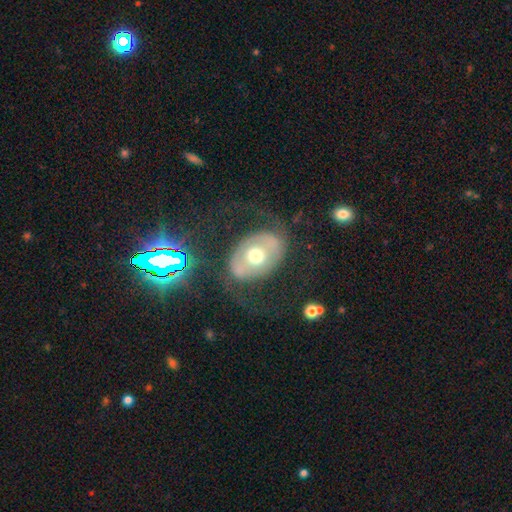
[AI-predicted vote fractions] smooth_or_featured: featured or disk (p=0.59) [alt: smooth p=0.32]
disk_edge_on: no (p=0.94) [alt: yes p=0.06]
bar: no (p=0.70) [alt: weak p=0.18]
has_spiral_arms: no (p=0.66) [alt: yes p=0.34]
bulge_size: moderate (p=0.71) [alt: large p=0.17]
merging: none (p=0.67) [alt: major disturbance p=0.15]